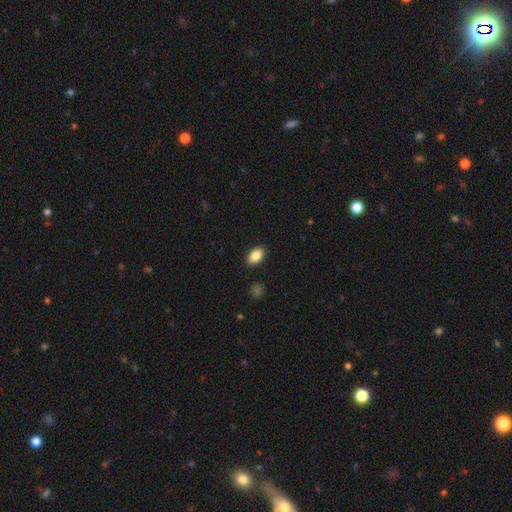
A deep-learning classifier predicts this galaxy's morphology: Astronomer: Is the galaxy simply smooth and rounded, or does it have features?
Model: smooth — 86%.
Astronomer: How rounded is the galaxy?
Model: in between — 89%.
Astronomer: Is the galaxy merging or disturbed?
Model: none — 89%.